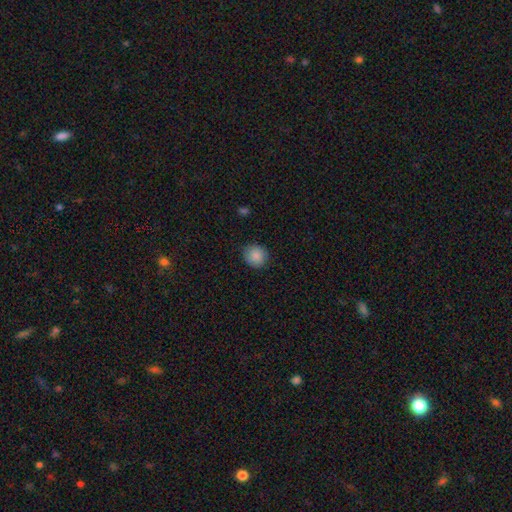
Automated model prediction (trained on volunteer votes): Smooth or featured? smooth (88%)
How rounded? round (88%)
Merging? none (86%)